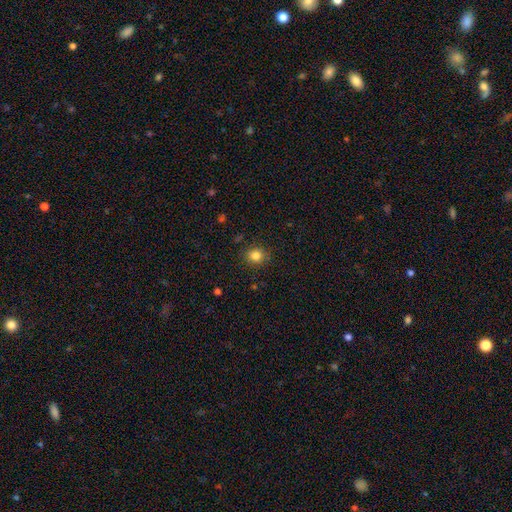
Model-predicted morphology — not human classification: A smooth galaxy with no disk features (82%) that is round (77%).

Vote fractions:
- Smooth or featured? smooth: 82% / star or artifact: 11% / featured or disk: 6%
- How rounded? round: 77% / in between: 23% / cigar-shaped: 1%
- Merging? none: 88% / minor disturbance: 9% / major disturbance: 3% / merger: 1%